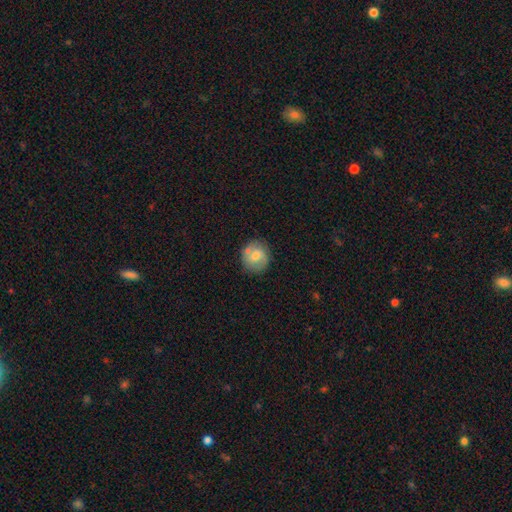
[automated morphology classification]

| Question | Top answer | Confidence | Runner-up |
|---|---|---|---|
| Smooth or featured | smooth | 60% | featured or disk (32%) |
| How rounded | round | 83% | in between (16%) |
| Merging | none | 70% | minor disturbance (16%) |